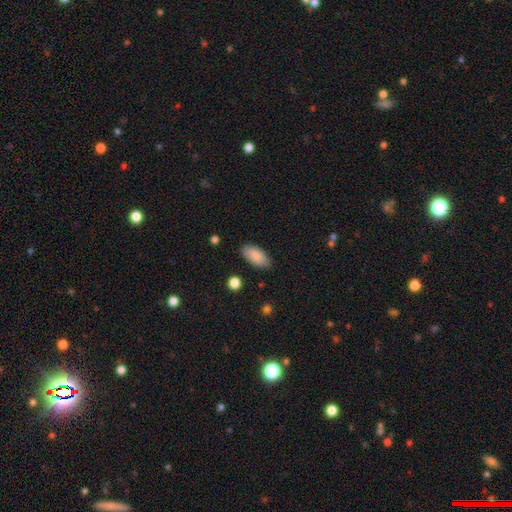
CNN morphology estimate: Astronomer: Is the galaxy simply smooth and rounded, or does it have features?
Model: smooth — 87%.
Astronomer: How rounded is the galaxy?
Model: in between — 91%.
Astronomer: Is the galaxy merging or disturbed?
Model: none — 86%.